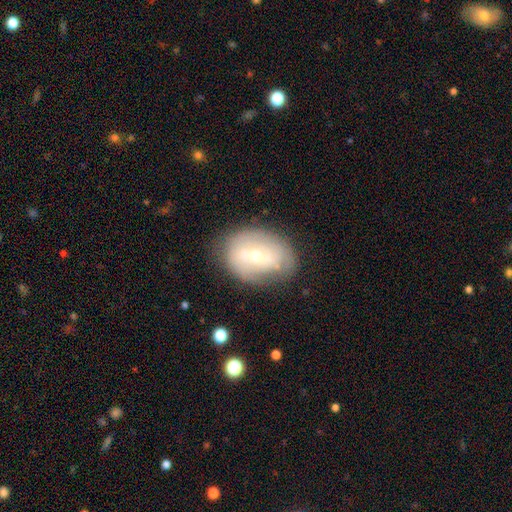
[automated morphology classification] Smooth or featured: featured or disk — 56% (smooth — 36%)
Edge-on disk: no — 93% (yes — 7%)
Bar: no — 44% (weak — 37%)
Spiral arms: yes — 50% (tied with no — 50%)
Bulge size: small — 63% (moderate — 33%)
Merging: none — 69% (minor disturbance — 20%)